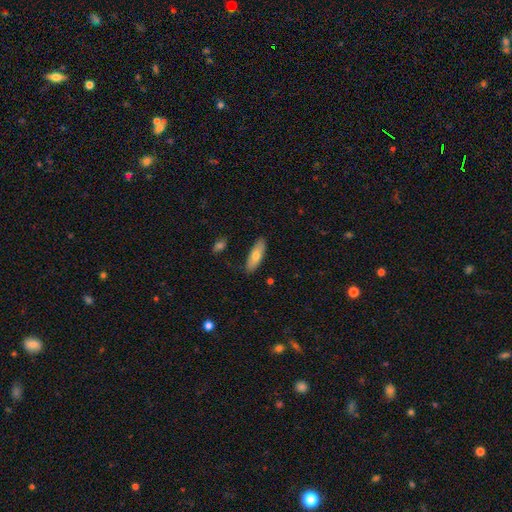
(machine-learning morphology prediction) Smooth or featured: smooth — 70% (featured or disk — 24%)
How rounded: in between — 58% (cigar-shaped — 40%)
Merging: none — 86% (minor disturbance — 10%)